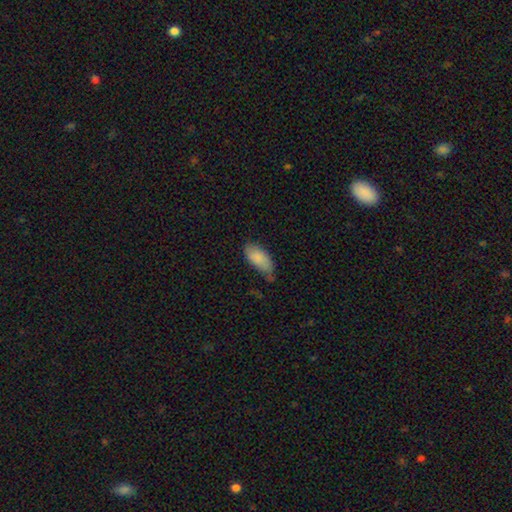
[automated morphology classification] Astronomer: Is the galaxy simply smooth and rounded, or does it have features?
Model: smooth — 85%.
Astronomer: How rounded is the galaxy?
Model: in between — 89%.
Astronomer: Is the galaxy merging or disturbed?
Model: none — 59%.